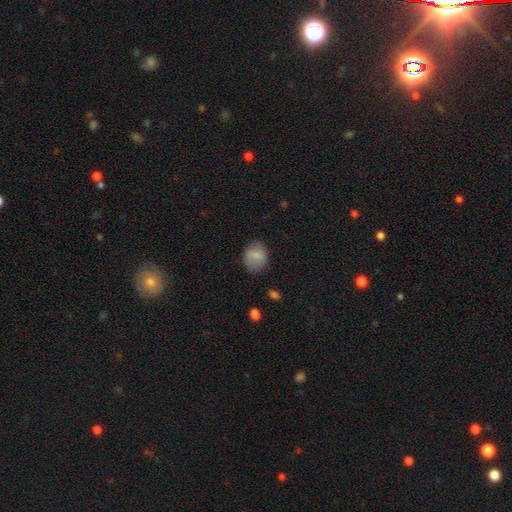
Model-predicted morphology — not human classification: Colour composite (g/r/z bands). It shows a smooth galaxy with no disk features (78%) that is in between round and cigar-shaped (50%). Merging: none (74%).